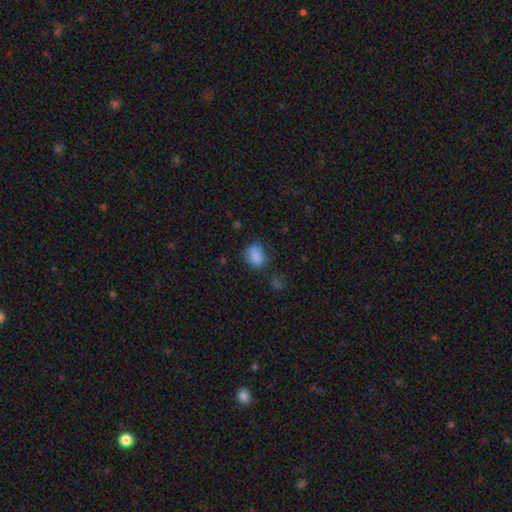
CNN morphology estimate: Smooth or featured: smooth — 84% (star or artifact — 10%)
How rounded: in between — 73% (round — 25%)
Merging: none — 66% (minor disturbance — 23%)